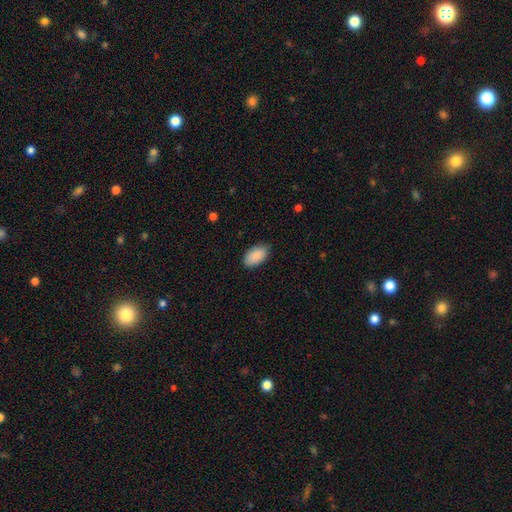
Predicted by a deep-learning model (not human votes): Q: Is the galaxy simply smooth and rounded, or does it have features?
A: smooth — 90%.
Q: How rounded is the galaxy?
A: in between — 95%.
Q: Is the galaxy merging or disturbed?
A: none — 85%.